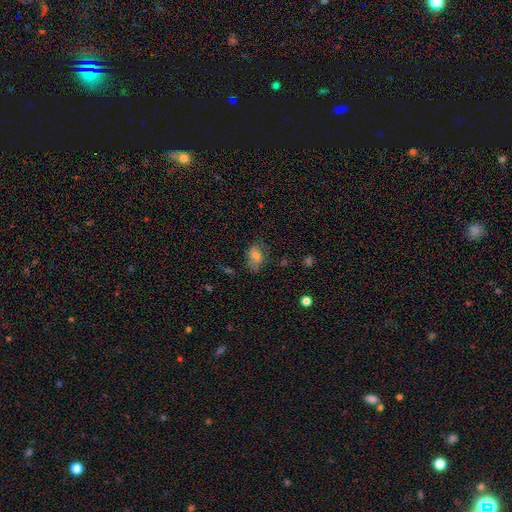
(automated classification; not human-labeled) Smooth or featured? Predicted: smooth (p=0.69). How rounded? Predicted: in between (p=0.77). Merging? Predicted: none (p=0.63).